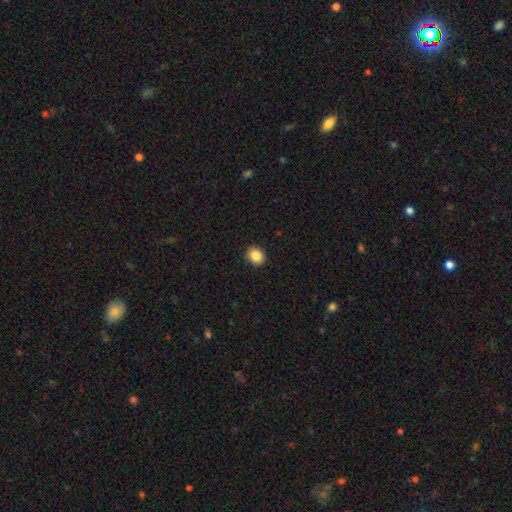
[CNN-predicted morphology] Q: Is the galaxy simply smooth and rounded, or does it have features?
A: smooth — 86%.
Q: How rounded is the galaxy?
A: round — 64%.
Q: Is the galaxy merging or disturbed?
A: none — 89%.